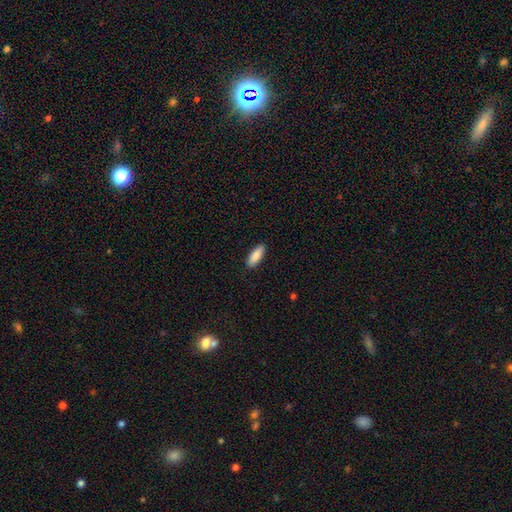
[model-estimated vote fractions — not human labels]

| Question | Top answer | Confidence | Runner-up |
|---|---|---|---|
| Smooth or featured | smooth | 87% | featured or disk (7%) |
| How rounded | in between | 67% | cigar-shaped (31%) |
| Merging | none | 88% | minor disturbance (9%) |